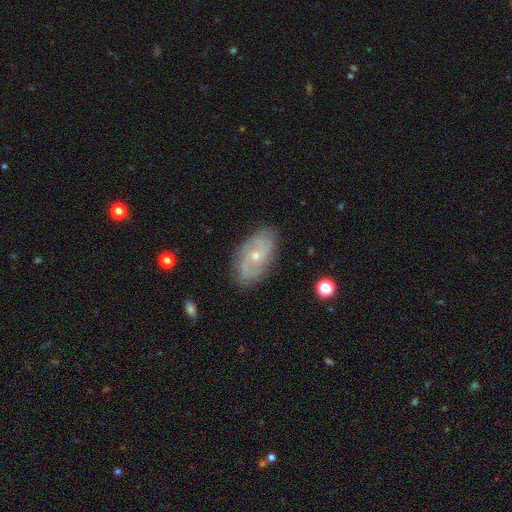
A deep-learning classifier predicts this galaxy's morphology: smooth_or_featured: featured or disk (p=0.74) [alt: smooth p=0.19]
disk_edge_on: no (p=0.95) [alt: yes p=0.05]
bar: no (p=0.67) [alt: weak p=0.28]
has_spiral_arms: yes (p=0.89) [alt: no p=0.11]
spiral_winding: medium (p=0.43) [alt: tight p=0.37]
spiral_arm_count: 2 (p=0.65) [alt: can't tell p=0.19]
bulge_size: small (p=0.62) [alt: moderate p=0.35]
merging: none (p=0.83) [alt: minor disturbance p=0.13]